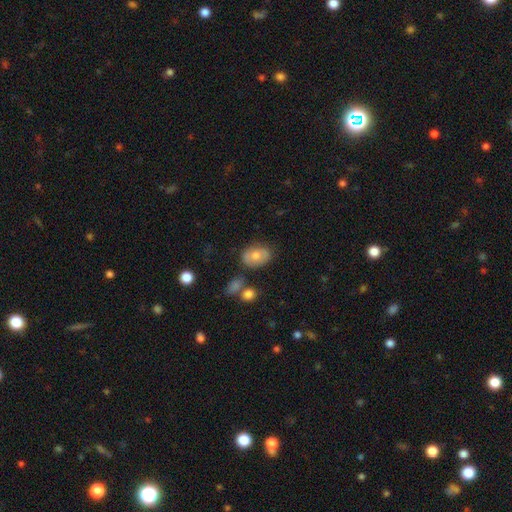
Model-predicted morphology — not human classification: type=smooth (70%); roundness=in between (78%); merging=none (72%).